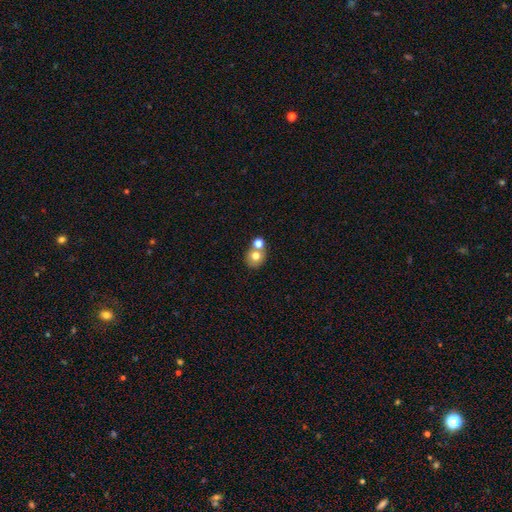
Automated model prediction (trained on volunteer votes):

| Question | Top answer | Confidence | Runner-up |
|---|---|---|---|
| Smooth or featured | smooth | 73% | featured or disk (15%) |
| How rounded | round | 74% | in between (25%) |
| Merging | none | 50% | merger (39%) |